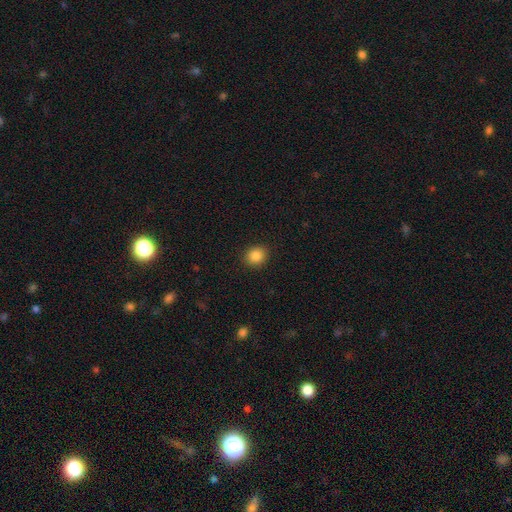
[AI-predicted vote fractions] This is clearly a smooth galaxy (86%). How rounded: likely round (75%). Merging: clearly none (91%).